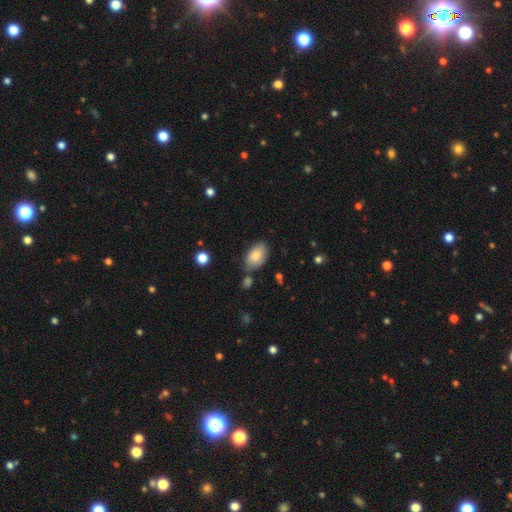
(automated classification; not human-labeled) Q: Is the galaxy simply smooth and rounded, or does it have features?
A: smooth — 81%.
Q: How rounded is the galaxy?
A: in between — 93%.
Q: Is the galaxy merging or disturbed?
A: none — 69%.